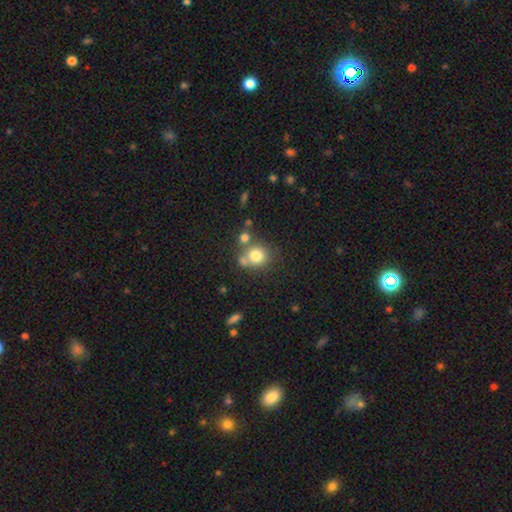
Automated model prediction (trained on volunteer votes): A smooth galaxy with no disk features (77%) that is round (86%). Merging: none (58%).